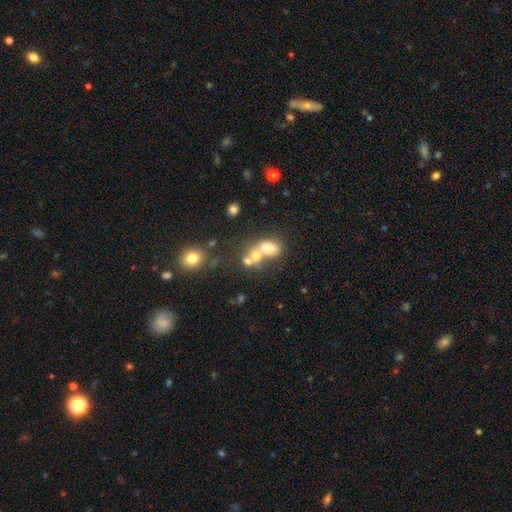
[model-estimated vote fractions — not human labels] smooth_or_featured: smooth (p=0.63) [alt: featured or disk p=0.23]
how_rounded: in between (p=0.55) [alt: round p=0.44]
merging: merger (p=0.59) [alt: none p=0.24]